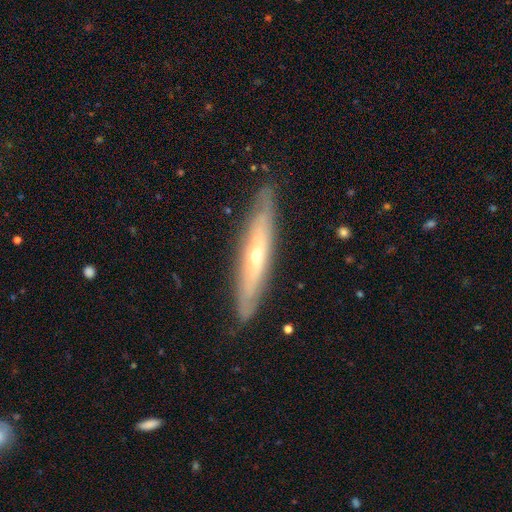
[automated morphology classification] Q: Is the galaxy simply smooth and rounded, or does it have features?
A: featured or disk — 67%.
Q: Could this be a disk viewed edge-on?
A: yes — 72%.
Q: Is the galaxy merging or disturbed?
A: none — 85%.